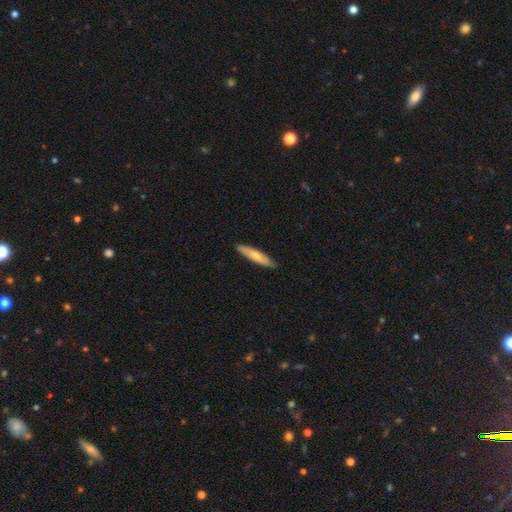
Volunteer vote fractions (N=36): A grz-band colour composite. It shows a smooth galaxy with no disk features (78%) that is cigar-shaped (89%). Merging: none (97%).